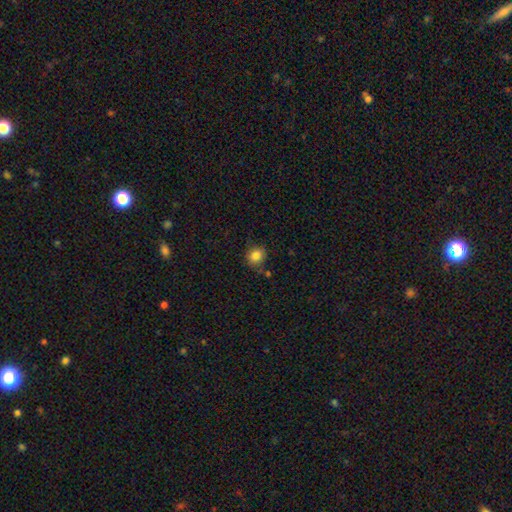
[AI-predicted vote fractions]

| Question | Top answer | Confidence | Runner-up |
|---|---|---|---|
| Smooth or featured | smooth | 84% | star or artifact (10%) |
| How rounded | round | 72% | in between (27%) |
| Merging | none | 76% | minor disturbance (16%) |